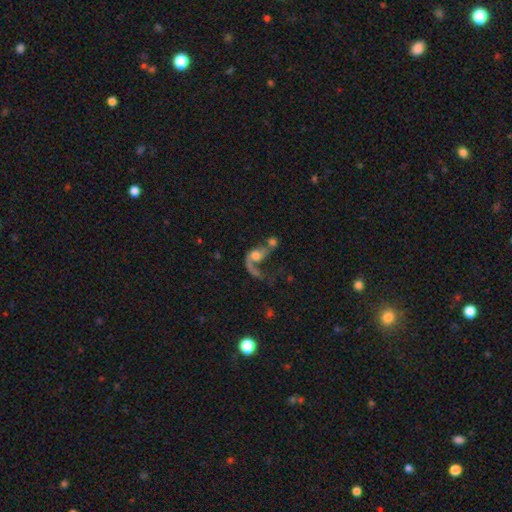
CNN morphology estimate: The model was most divided on "merging": merger: 43%, major disturbance: 29%, none: 18%, minor disturbance: 9%. Remaining: edge-on disk — no (96%); spiral arms — yes (82%); spiral winding — loose (74%); bar — no (69%); smooth or featured — featured or disk (66%); spiral arm count — 1 (63%); bulge size — moderate (48%).